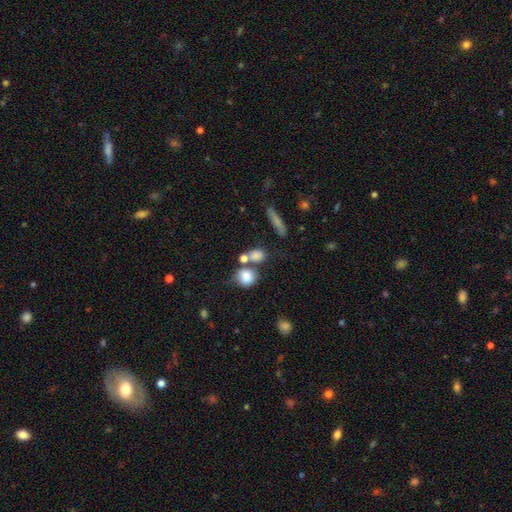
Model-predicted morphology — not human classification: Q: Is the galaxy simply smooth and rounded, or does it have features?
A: smooth — 78%.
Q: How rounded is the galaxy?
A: round — 65%.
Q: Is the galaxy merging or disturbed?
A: none — 43%.